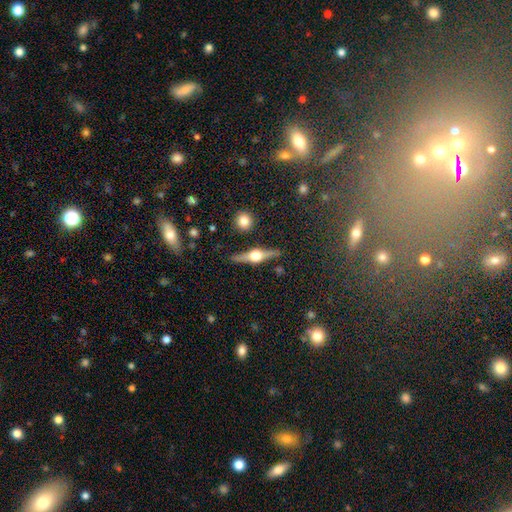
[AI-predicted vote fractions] Smooth or featured?
  - featured or disk: 80% *
  - smooth: 14%
  - star or artifact: 6%
Edge-on disk?
  - yes: 97% *
  - no: 3%
Edge-on bulge?
  - rounded: 94% *
  - boxy: 4%
  - none: 1%
Merging?
  - none: 88% *
  - minor disturbance: 8%
  - major disturbance: 2%
  - merger: 2%